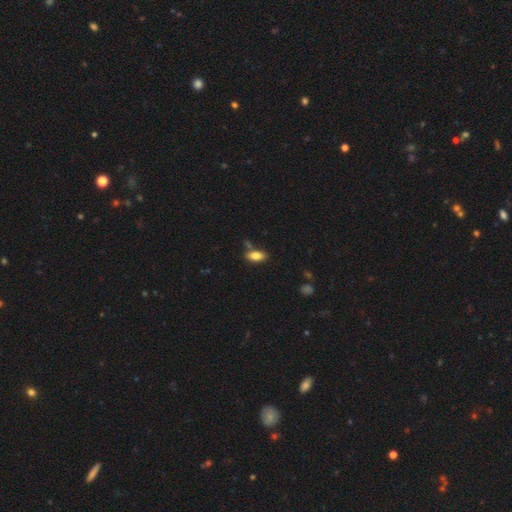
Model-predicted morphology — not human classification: smooth 83%, featured or disk 10%, star or artifact 8%. Down the decision tree: how rounded — in between (89%); merging — none (74%).